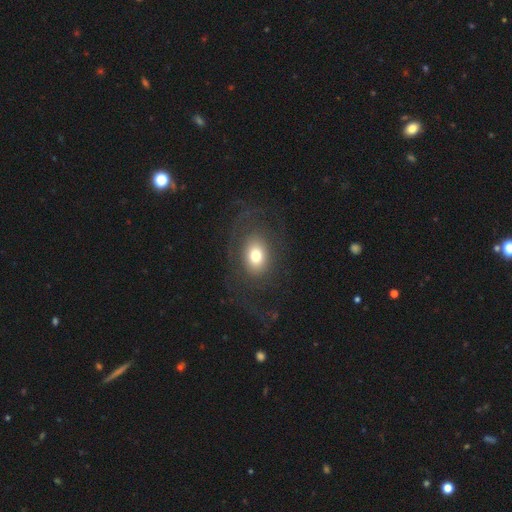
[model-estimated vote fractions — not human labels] Overall: smooth (57%; featured or disk 33%). How rounded: in between (70%). Merging: none (66%).